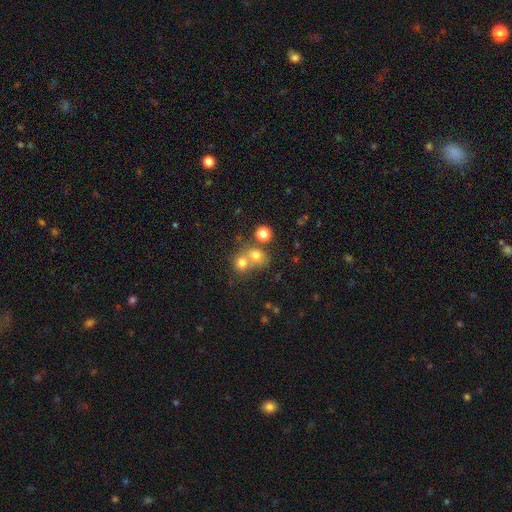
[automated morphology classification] Smooth or featured? Predicted: smooth (p=0.70). How rounded? Predicted: round (p=0.75). Merging? Predicted: merger (p=0.53).